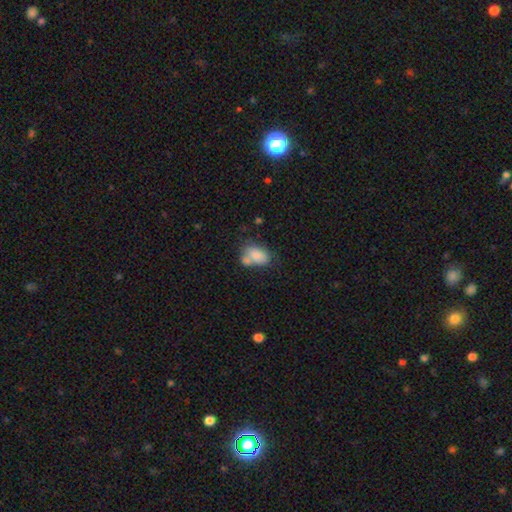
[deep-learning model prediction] A smooth galaxy with no disk features (79%) that is in between round and cigar-shaped (85%). Merging: merger (38%).